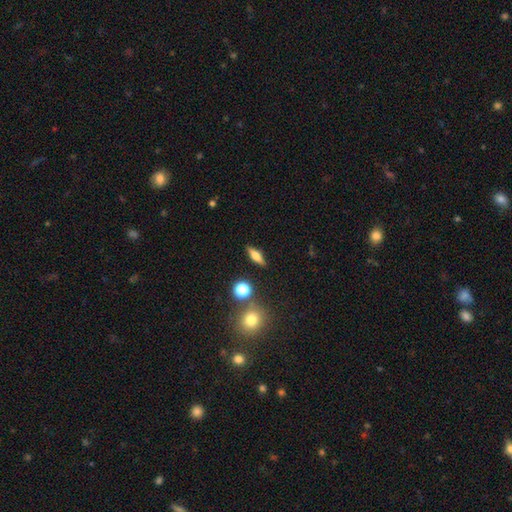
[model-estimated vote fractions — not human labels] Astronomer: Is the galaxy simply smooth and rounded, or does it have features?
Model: smooth — 49% (runner-up: featured or disk, 41%).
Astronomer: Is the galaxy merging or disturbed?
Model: none — 87%.